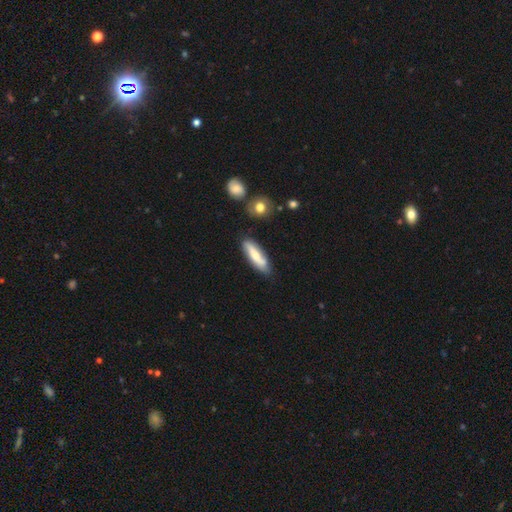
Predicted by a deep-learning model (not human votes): The model was most divided on "smooth or featured": smooth: 52%, featured or disk: 42%, star or artifact: 6%. More confident: merging — none (77%); how rounded — cigar-shaped (60%).